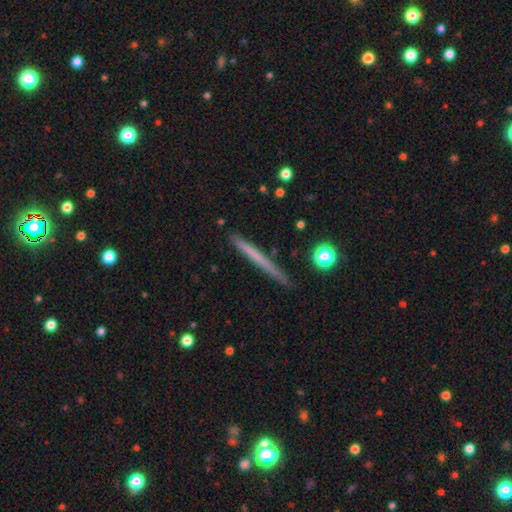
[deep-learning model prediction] Smooth or featured? Predicted: smooth (p=0.54). How rounded? Predicted: cigar-shaped (p=0.97). Merging? Predicted: none (p=0.89).